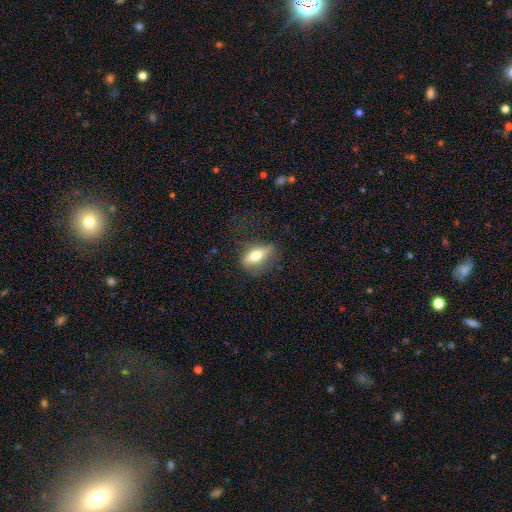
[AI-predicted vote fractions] Smooth or featured: smooth — 51% (featured or disk — 42%)
How rounded: in between — 61% (cigar-shaped — 29%)
Merging: none — 66% (minor disturbance — 21%)